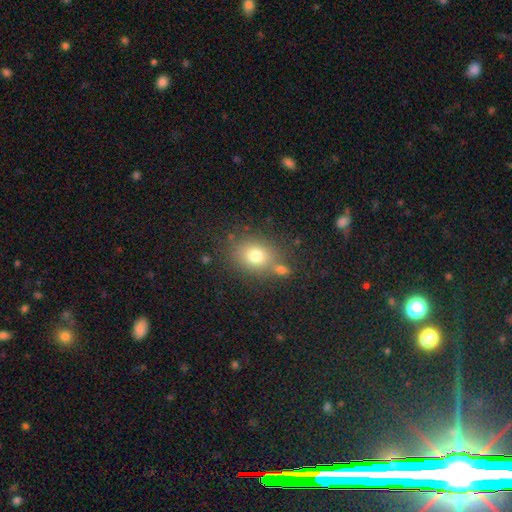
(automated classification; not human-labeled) A smooth galaxy with no disk features (75%) that is round (54%).

Vote fractions:
- Smooth or featured? smooth: 75% / star or artifact: 13% / featured or disk: 12%
- How rounded? round: 54% / in between: 45% / cigar-shaped: 1%
- Merging? none: 66% / merger: 15% / minor disturbance: 13% / major disturbance: 5%